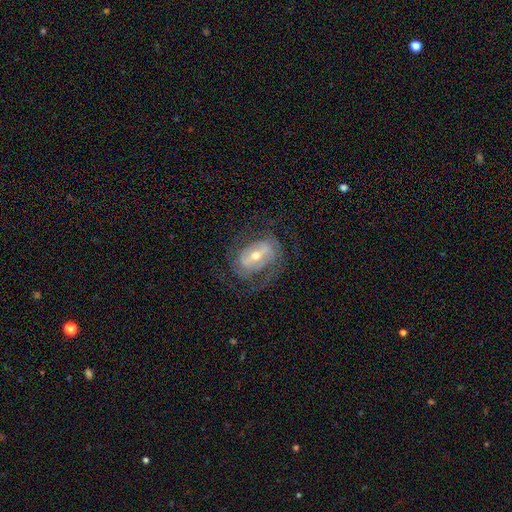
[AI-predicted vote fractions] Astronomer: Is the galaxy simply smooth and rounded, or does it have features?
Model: featured or disk — 80%.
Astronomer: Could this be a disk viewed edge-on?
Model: no — 95%.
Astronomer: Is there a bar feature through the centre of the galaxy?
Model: strong — 44% (runner-up: weak, 37%).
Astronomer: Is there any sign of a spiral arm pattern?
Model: yes — 84%.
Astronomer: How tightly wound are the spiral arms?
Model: medium — 43% (runner-up: tight, 36%).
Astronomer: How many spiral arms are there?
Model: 2 — 58%.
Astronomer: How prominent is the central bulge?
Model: moderate — 56% (runner-up: small, 38%).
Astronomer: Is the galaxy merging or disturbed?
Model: none — 63%.